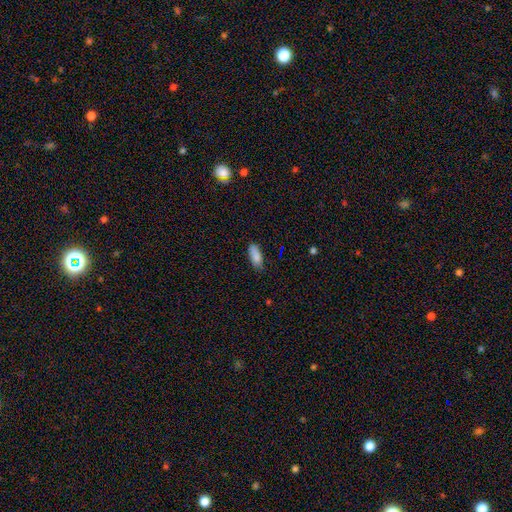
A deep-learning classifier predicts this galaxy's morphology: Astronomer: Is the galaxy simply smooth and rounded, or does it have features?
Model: smooth — 86%.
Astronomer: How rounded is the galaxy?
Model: in between — 79%.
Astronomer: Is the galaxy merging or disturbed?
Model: none — 75%.